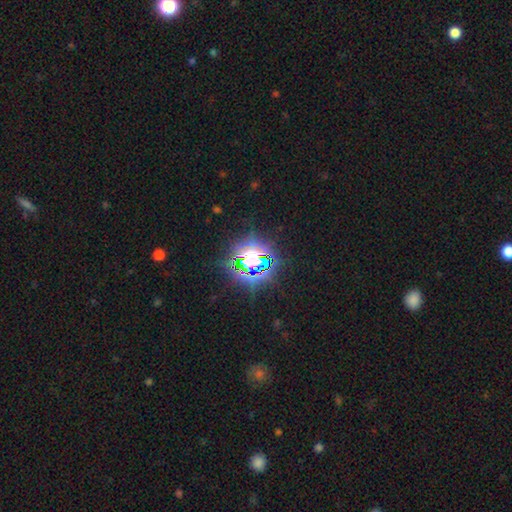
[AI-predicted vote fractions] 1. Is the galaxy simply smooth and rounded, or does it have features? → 76% star or artifact, 14% smooth, 10% featured or disk.